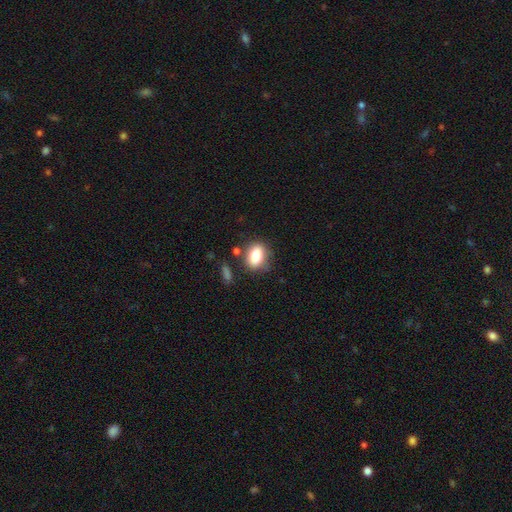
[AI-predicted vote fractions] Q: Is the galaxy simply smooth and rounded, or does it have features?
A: smooth — 80%.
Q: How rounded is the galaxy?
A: in between — 72%.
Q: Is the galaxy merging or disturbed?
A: none — 74%.